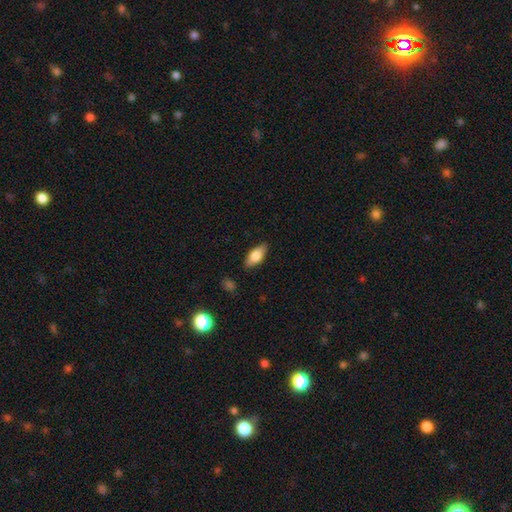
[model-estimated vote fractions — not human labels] This appears to be a smooth galaxy with no disk features (70%) that is in between round and cigar-shaped (83%). Merging: none (85%).